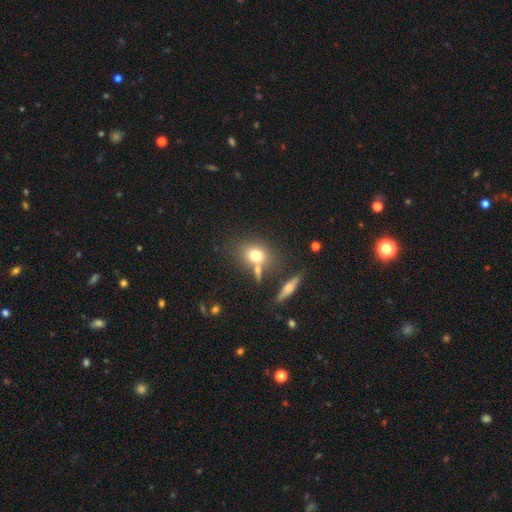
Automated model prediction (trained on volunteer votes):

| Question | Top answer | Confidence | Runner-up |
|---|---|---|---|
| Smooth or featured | smooth | 72% | featured or disk (16%) |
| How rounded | round | 53% | in between (44%) |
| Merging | none | 59% | merger (23%) |